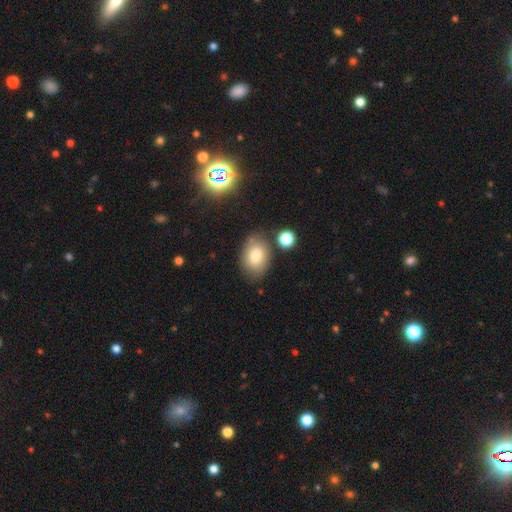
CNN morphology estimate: Smooth or featured? Predicted: smooth (p=0.79). How rounded? Predicted: in between (p=0.76). Merging? Predicted: none (p=0.71).